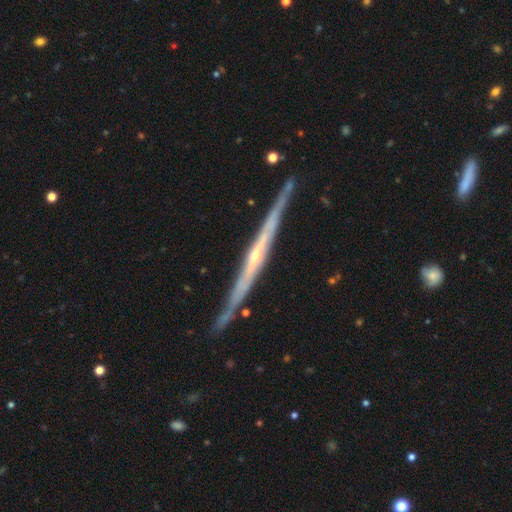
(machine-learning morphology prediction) The model was most divided on "edge-on bulge": rounded: 56%, none: 38%, boxy: 6%. More confident: edge-on disk — yes (97%); merging — none (86%); smooth or featured — featured or disk (85%).